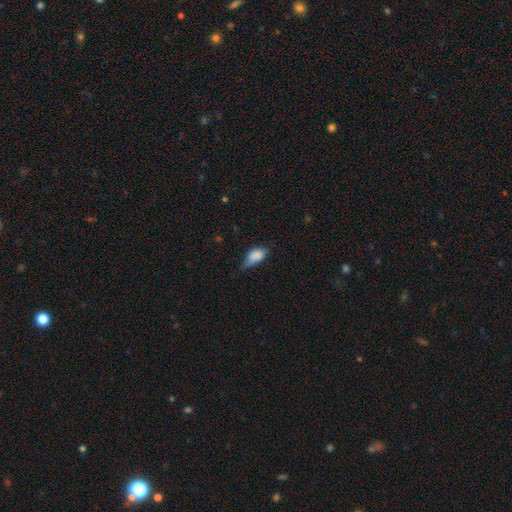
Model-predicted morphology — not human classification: Overall: smooth (81%). How rounded: in between (89%). Merging: minor disturbance (49%; none 29%).